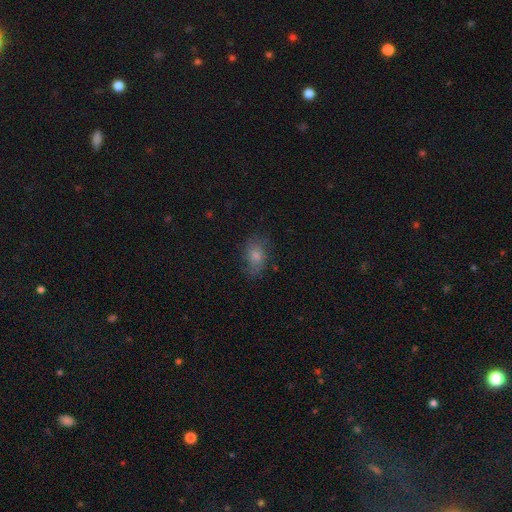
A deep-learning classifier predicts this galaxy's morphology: Overall: smooth (73%). How rounded: in between (78%). Merging: none (65%).